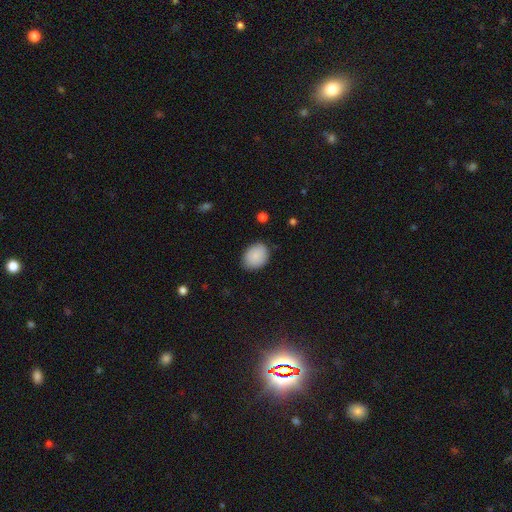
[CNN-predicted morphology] A smooth galaxy with no disk features (88%) that is in between round and cigar-shaped (65%).

Vote fractions:
- Smooth or featured? smooth: 88% / star or artifact: 7% / featured or disk: 5%
- How rounded? in between: 65% / round: 34% / cigar-shaped: 1%
- Merging? none: 81% / minor disturbance: 15% / major disturbance: 3% / merger: 1%